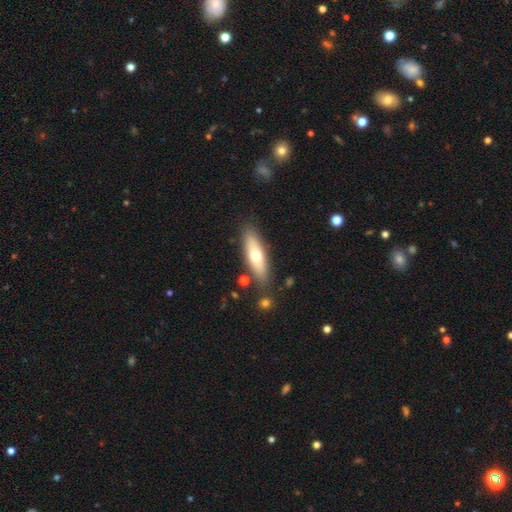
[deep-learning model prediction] smooth_or_featured: smooth (p=0.59) [alt: featured or disk p=0.35]
how_rounded: cigar-shaped (p=0.55) [alt: in between p=0.43]
merging: none (p=0.83) [alt: minor disturbance p=0.11]